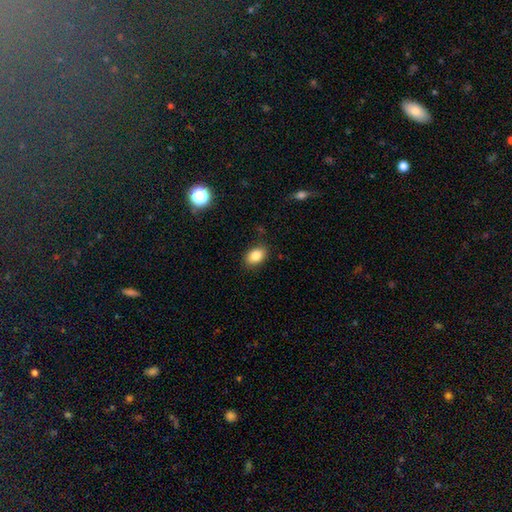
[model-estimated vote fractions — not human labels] Smooth or featured: smooth — 84% (star or artifact — 9%)
How rounded: in between — 84% (round — 15%)
Merging: none — 86% (minor disturbance — 10%)